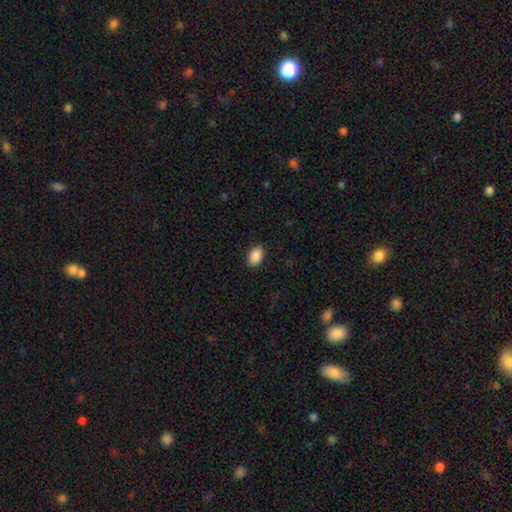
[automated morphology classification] This is clearly a smooth galaxy (90%). How rounded: clearly in between (88%). Merging: clearly none (89%).